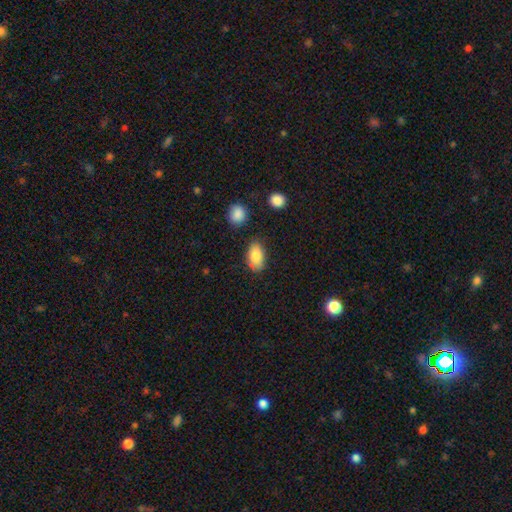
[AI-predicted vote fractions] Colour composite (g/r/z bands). It shows a smooth galaxy with no disk features (84%) that is in between round and cigar-shaped (91%). Merging: none (78%).